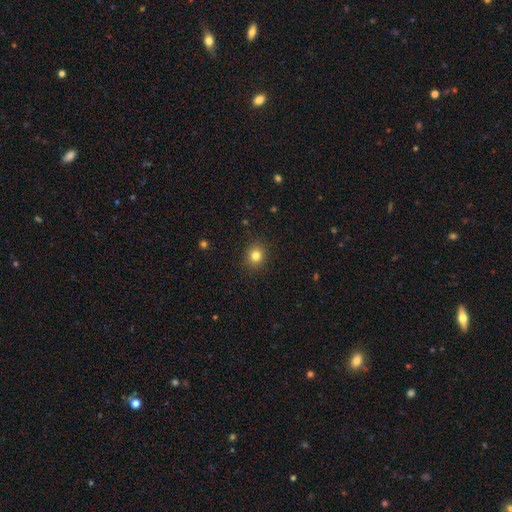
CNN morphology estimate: smooth_or_featured: smooth (p=0.81) [alt: star or artifact p=0.13]
how_rounded: round (p=0.83) [alt: in between p=0.16]
merging: none (p=0.90) [alt: minor disturbance p=0.07]